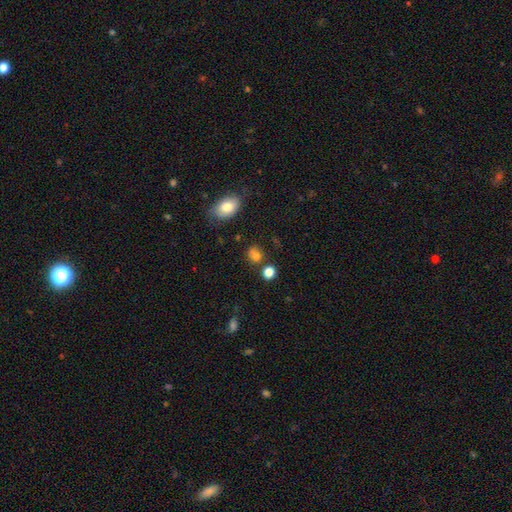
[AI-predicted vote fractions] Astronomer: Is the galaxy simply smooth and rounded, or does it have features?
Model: smooth — 78%.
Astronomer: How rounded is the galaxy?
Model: round — 76%.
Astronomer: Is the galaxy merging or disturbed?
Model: none — 66%.